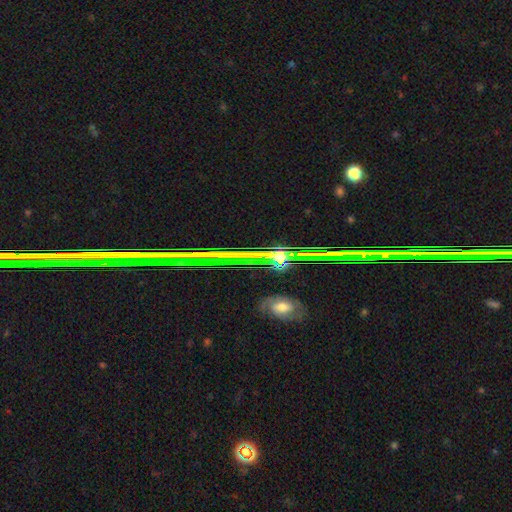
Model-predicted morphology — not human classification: Smooth or featured: star or artifact — 79% (featured or disk — 12%)